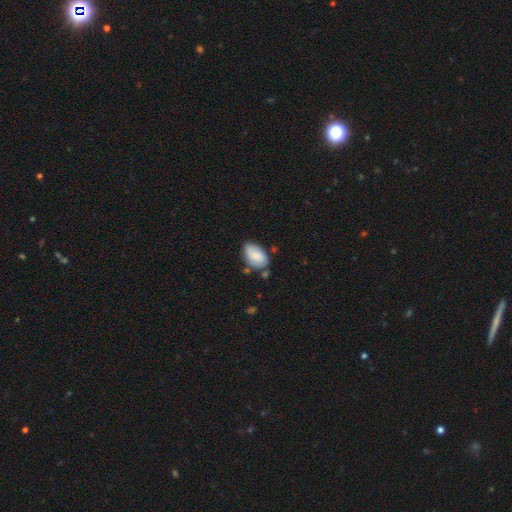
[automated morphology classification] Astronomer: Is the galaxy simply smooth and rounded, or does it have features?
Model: smooth — 80%.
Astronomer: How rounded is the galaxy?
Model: in between — 92%.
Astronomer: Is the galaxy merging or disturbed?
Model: none — 60%.